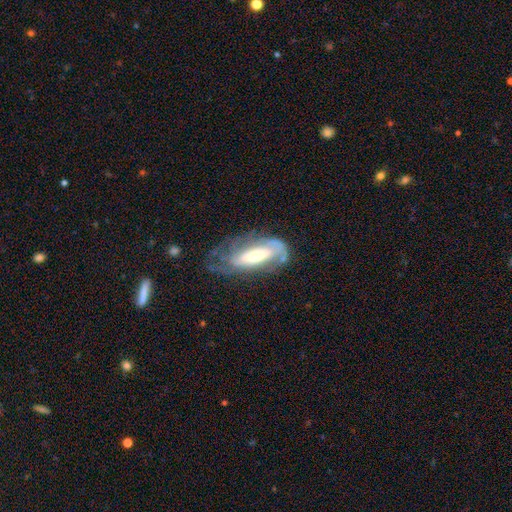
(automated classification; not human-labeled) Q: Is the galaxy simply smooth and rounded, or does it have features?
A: featured or disk — 69%.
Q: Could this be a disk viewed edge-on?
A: no — 85%.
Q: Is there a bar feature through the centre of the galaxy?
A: no — 39%.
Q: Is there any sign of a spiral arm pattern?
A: yes — 75%.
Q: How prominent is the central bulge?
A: moderate — 55%.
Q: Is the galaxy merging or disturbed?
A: none — 48%.